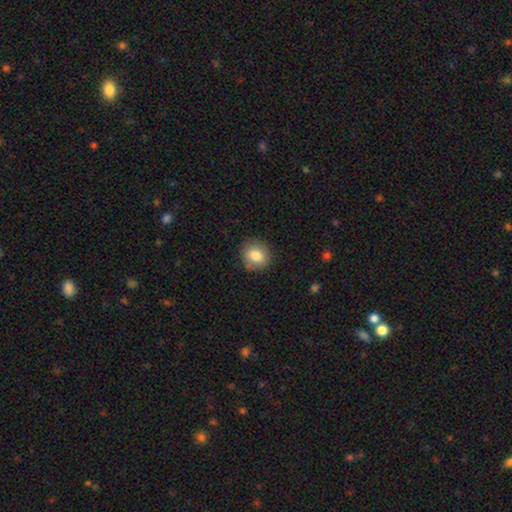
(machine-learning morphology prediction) This is clearly a smooth galaxy (82%). How rounded: likely round (78%). Merging: clearly none (85%).